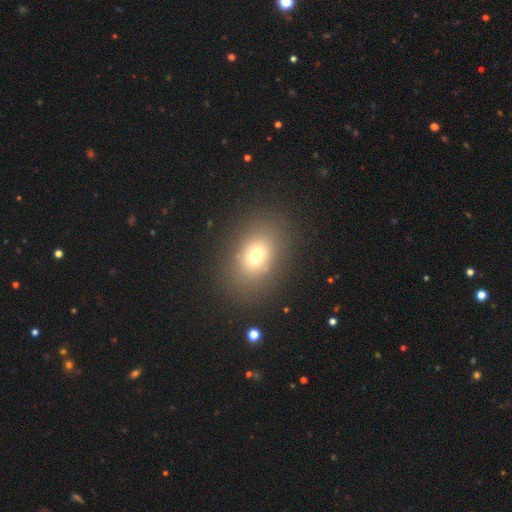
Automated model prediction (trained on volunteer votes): This is likely a smooth galaxy (71%). How rounded: likely in between (65%). Merging: clearly none (85%).